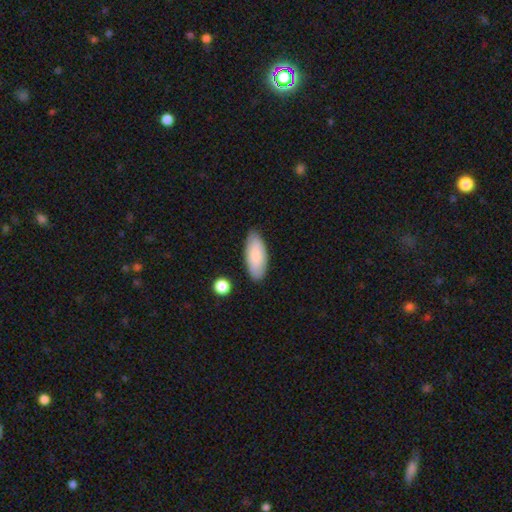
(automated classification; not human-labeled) Smooth or featured? smooth (83%)
How rounded? in between (85%)
Merging? none (84%)